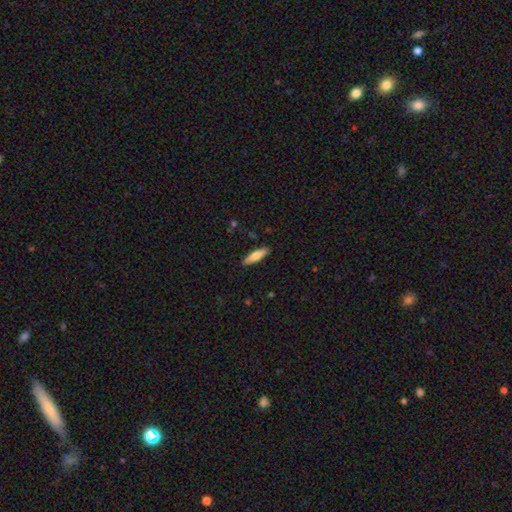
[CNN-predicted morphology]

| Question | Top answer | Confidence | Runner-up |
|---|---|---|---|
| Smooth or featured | smooth | 71% | featured or disk (23%) |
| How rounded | cigar-shaped | 66% | in between (33%) |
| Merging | none | 89% | minor disturbance (8%) |